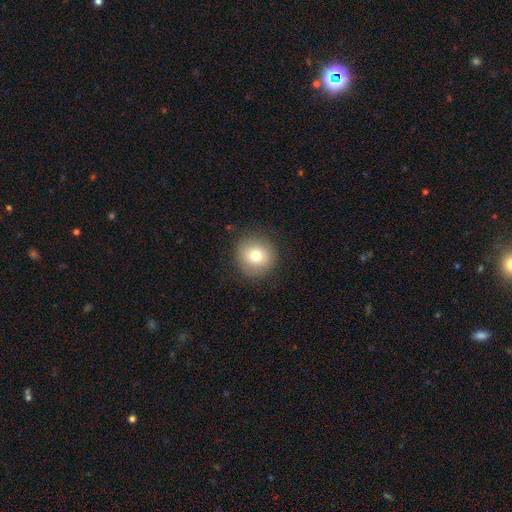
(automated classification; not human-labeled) Smooth or featured?
  - smooth: 77% *
  - featured or disk: 13%
  - star or artifact: 11%
How rounded?
  - round: 93% *
  - in between: 6%
  - cigar-shaped: 1%
Merging?
  - none: 88% *
  - minor disturbance: 8%
  - major disturbance: 3%
  - merger: 1%